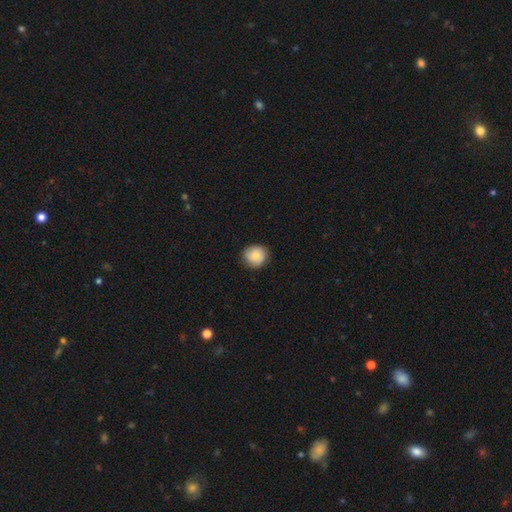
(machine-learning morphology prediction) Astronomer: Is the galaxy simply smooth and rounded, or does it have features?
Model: smooth — 80%.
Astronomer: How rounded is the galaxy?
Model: round — 89%.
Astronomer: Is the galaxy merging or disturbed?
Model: none — 83%.